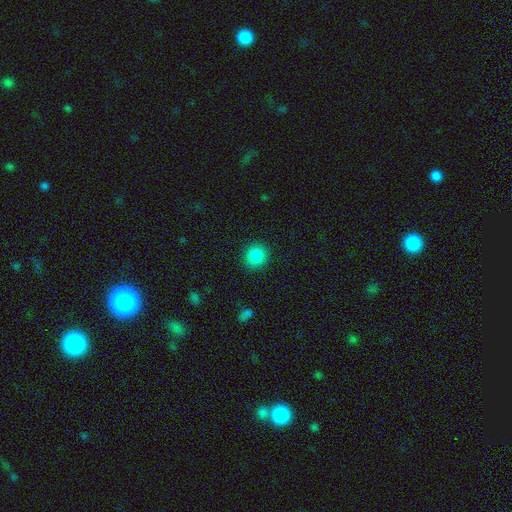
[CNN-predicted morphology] A smooth galaxy with no disk features (86%) that is round (90%). Merging: none (91%).